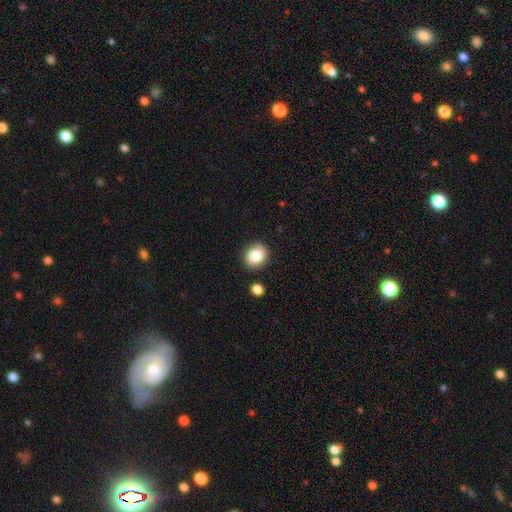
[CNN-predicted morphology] A smooth galaxy with no disk features (83%) that is round (66%).

Vote fractions:
- Smooth or featured? smooth: 83% / star or artifact: 9% / featured or disk: 7%
- How rounded? round: 66% / in between: 33% / cigar-shaped: 1%
- Merging? none: 87% / minor disturbance: 8% / merger: 3% / major disturbance: 2%